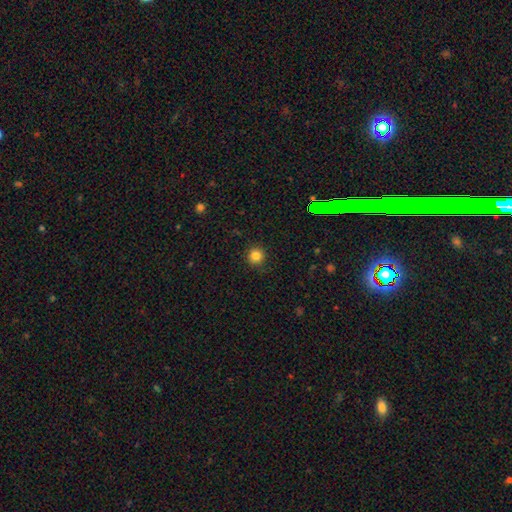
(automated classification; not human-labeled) A smooth galaxy with no disk features (83%) that is round (94%).

Vote fractions:
- Smooth or featured? smooth: 83% / star or artifact: 12% / featured or disk: 4%
- How rounded? round: 94% / in between: 5% / cigar-shaped: 1%
- Merging? none: 90% / minor disturbance: 7% / major disturbance: 2% / merger: 1%